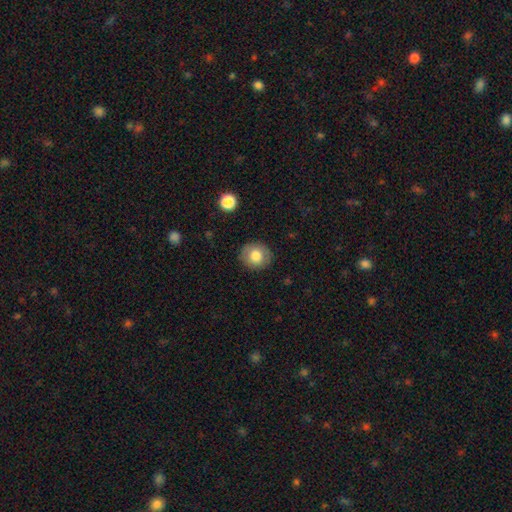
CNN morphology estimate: Smooth or featured?
  - smooth: 77% *
  - featured or disk: 14%
  - star or artifact: 9%
How rounded?
  - round: 86% *
  - in between: 13%
  - cigar-shaped: 1%
Merging?
  - none: 87% *
  - minor disturbance: 9%
  - major disturbance: 3%
  - merger: 1%